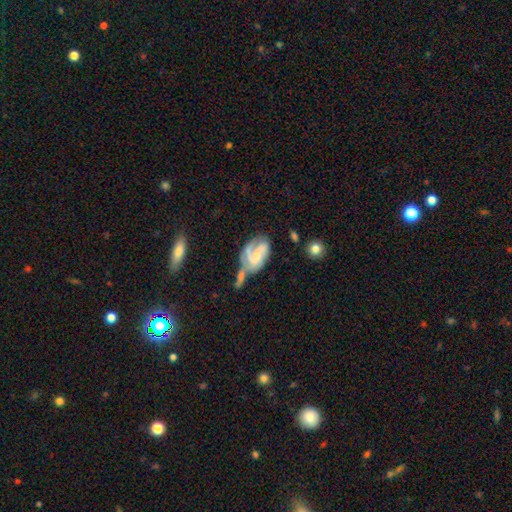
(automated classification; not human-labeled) This appears to be a featured or disk galaxy (72%) with no bar (59%), 2 (47%) tight (47%) spiral arms (90%) and a small central bulge (51%). Merging: merger (30%).